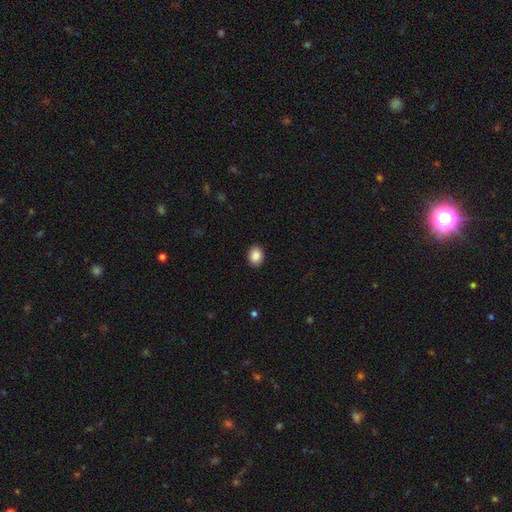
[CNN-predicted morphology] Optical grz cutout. It shows a smooth galaxy with no disk features (89%) that is in between round and cigar-shaped (50%). Merging: none (90%).